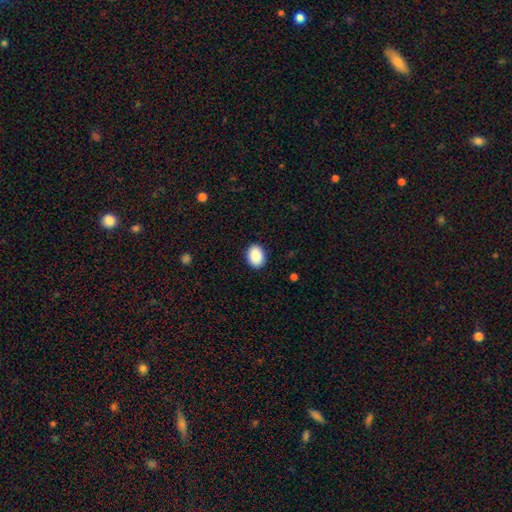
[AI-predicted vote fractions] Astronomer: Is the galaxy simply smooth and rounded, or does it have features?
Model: smooth — 91%.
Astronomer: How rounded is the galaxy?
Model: in between — 72%.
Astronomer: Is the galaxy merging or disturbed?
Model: none — 90%.